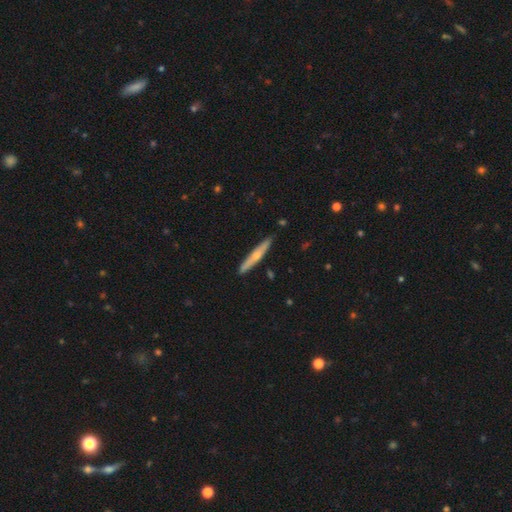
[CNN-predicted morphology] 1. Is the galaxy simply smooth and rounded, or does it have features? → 51% featured or disk, 43% smooth, 6% star or artifact.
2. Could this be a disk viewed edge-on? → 94% yes, 6% no.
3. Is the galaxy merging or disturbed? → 89% none, 9% minor disturbance, 1% merger, 1% major disturbance.